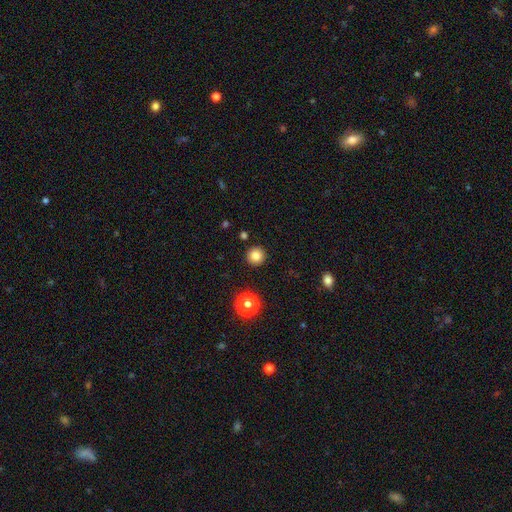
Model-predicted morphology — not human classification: This is clearly a smooth galaxy (82%). How rounded: clearly round (96%). Merging: clearly none (92%).